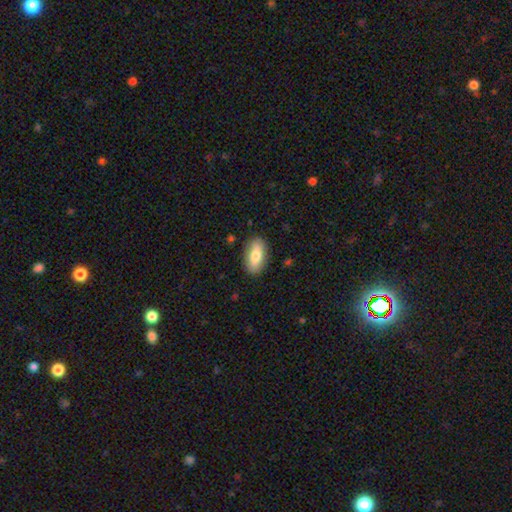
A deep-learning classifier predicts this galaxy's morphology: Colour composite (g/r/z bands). It shows a smooth galaxy with no disk features (76%) that is in between round and cigar-shaped (88%). Merging: none (87%).